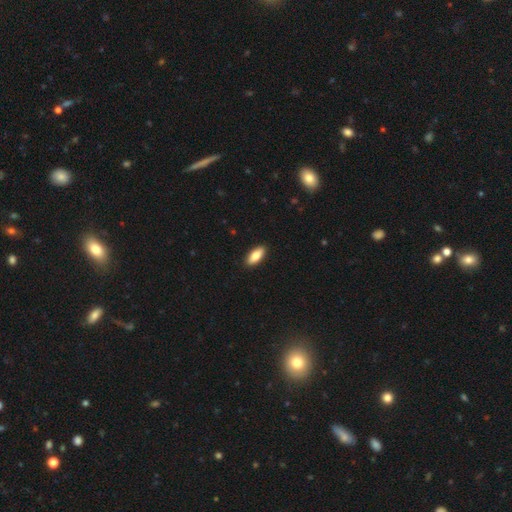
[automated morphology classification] Overall: smooth (82%). How rounded: in between (84%). Merging: none (91%).